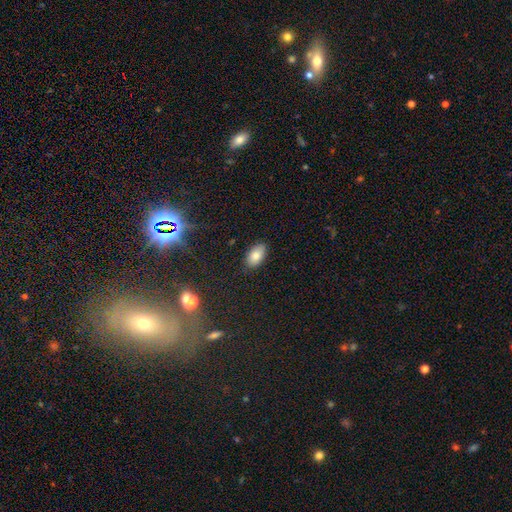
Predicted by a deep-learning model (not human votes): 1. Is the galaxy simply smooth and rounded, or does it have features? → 81% smooth, 10% featured or disk, 9% star or artifact.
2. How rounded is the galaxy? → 93% in between, 5% round, 2% cigar-shaped.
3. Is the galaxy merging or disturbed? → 87% none, 10% minor disturbance, 2% major disturbance, 1% merger.